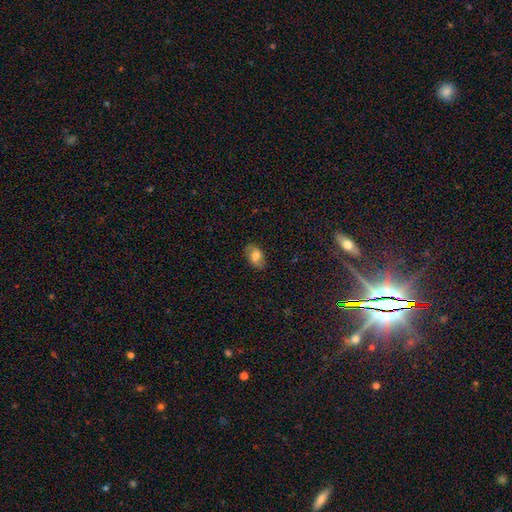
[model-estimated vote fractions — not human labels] Smooth or featured? Predicted: smooth (p=0.69). How rounded? Predicted: in between (p=0.89). Merging? Predicted: none (p=0.78).